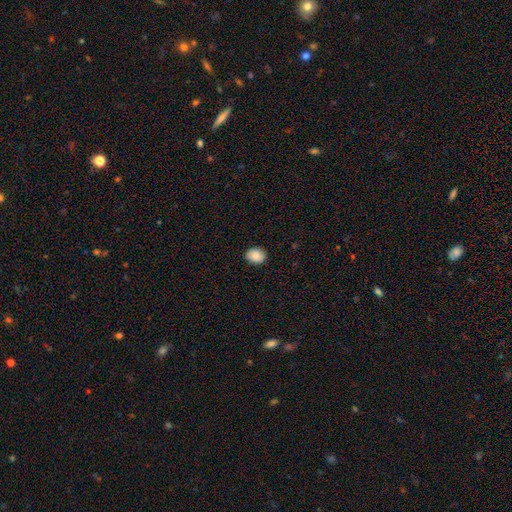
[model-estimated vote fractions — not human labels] smooth 86%, star or artifact 8%, featured or disk 6%. Down the decision tree: how rounded — in between (53%); merging — none (88%).